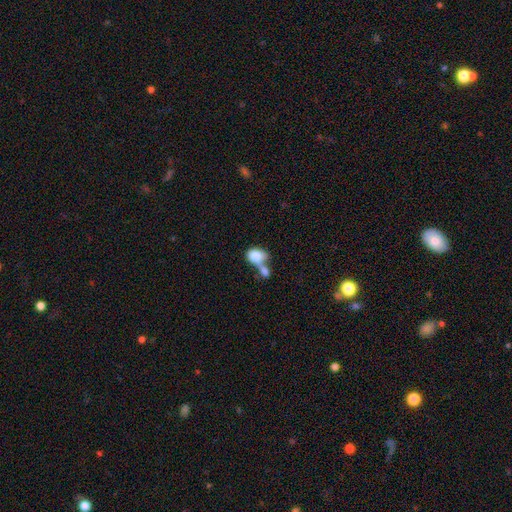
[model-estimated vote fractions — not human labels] smooth_or_featured: smooth (p=0.76) [alt: featured or disk p=0.16]
how_rounded: in between (p=0.70) [alt: round p=0.28]
merging: merger (p=0.63) [alt: none p=0.18]